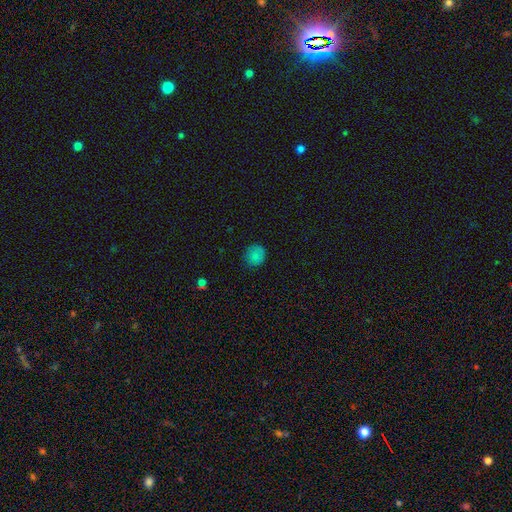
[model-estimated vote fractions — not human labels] Smooth or featured? smooth (82%)
How rounded? round (83%)
Merging? none (83%)